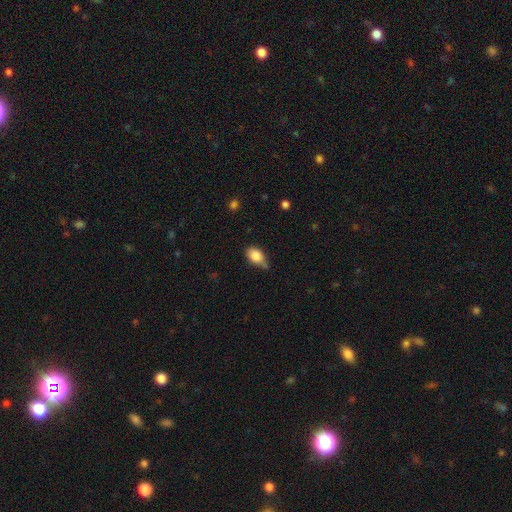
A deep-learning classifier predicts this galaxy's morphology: A smooth galaxy with no disk features (84%) that is in between round and cigar-shaped (87%).

Vote fractions:
- Smooth or featured? smooth: 84% / featured or disk: 8% / star or artifact: 8%
- How rounded? in between: 87% / round: 10% / cigar-shaped: 3%
- Merging? none: 49% / minor disturbance: 39% / major disturbance: 7% / merger: 5%